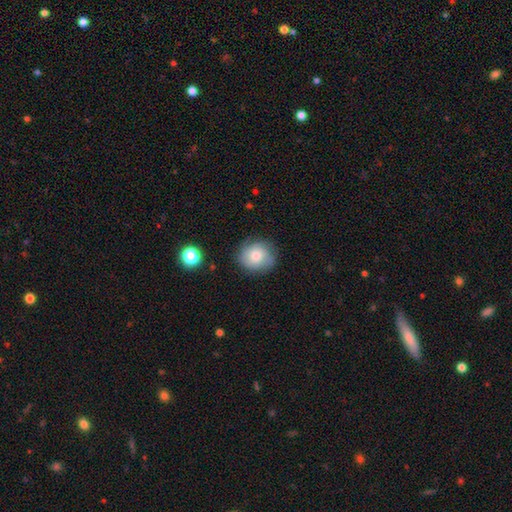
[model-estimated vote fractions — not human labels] smooth_or_featured: smooth (p=0.66) [alt: featured or disk p=0.25]
how_rounded: round (p=0.80) [alt: in between p=0.19]
merging: none (p=0.76) [alt: minor disturbance p=0.18]